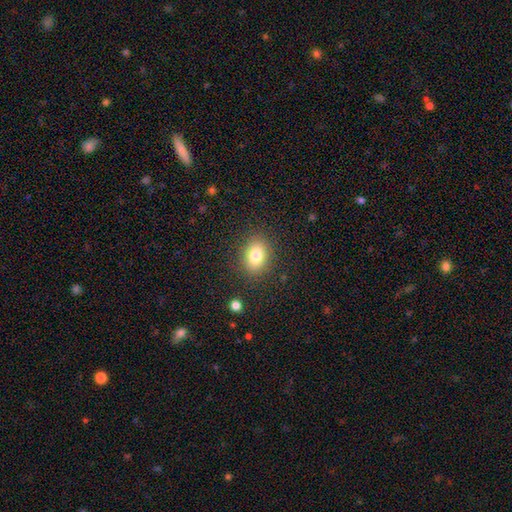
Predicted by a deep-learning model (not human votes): Q: Smooth or featured?
A: smooth (80%); runner-up: star or artifact (11%)
Q: How rounded?
A: in between (64%); runner-up: round (35%)
Q: Merging?
A: none (86%); runner-up: minor disturbance (9%)